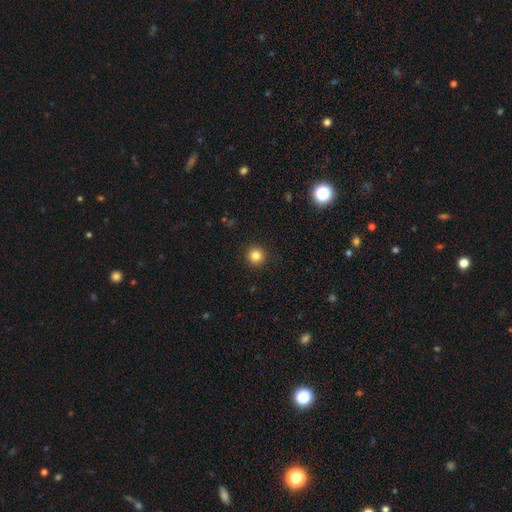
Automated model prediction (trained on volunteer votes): Smooth or featured? Predicted: smooth (p=0.83). How rounded? Predicted: round (p=0.95). Merging? Predicted: none (p=0.93).